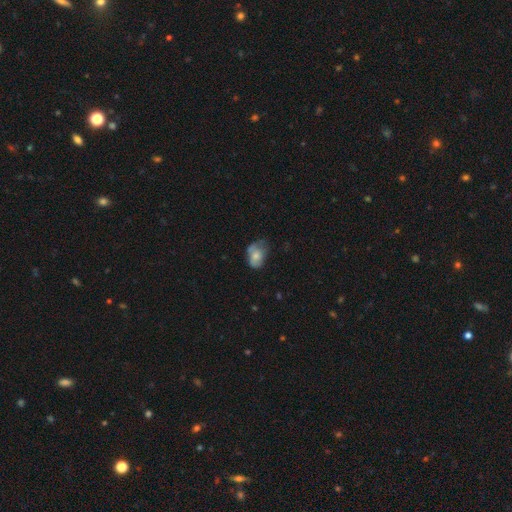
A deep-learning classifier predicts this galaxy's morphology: Smooth or featured: smooth — 64% (featured or disk — 28%)
How rounded: in between — 78% (round — 21%)
Merging: minor disturbance — 38% (none — 34%)